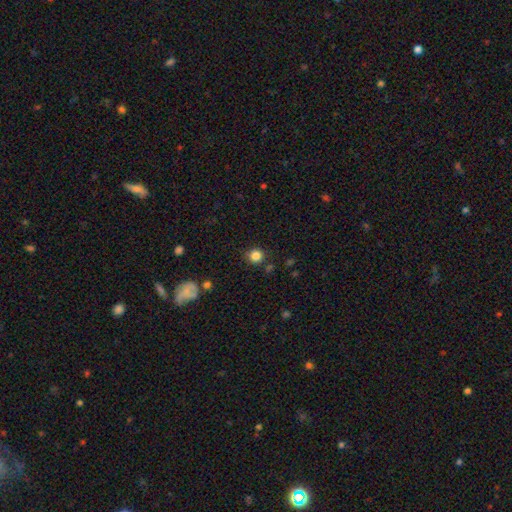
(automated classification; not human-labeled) Smooth or featured? smooth (84%)
How rounded? round (91%)
Merging? none (82%)